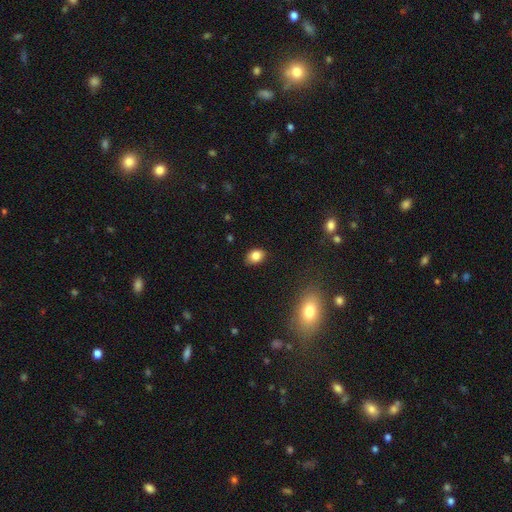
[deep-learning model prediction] Smooth or featured?
  - smooth: 84% *
  - star or artifact: 10%
  - featured or disk: 6%
How rounded?
  - in between: 75% *
  - round: 24%
  - cigar-shaped: 1%
Merging?
  - none: 86% *
  - minor disturbance: 11%
  - major disturbance: 2%
  - merger: 1%